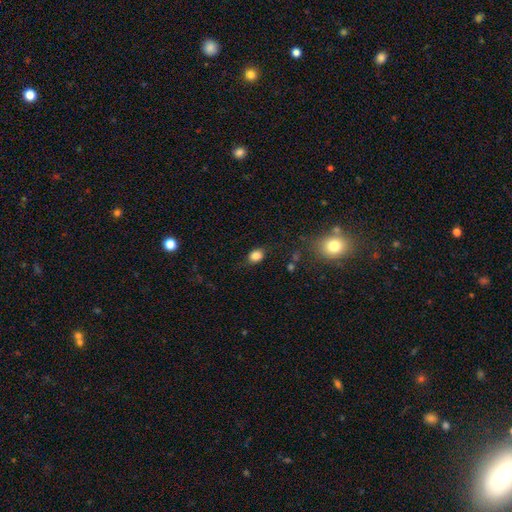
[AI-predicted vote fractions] Smooth or featured?
  - smooth: 84% *
  - star or artifact: 11%
  - featured or disk: 5%
How rounded?
  - in between: 60% *
  - round: 39%
  - cigar-shaped: 1%
Merging?
  - none: 78% *
  - minor disturbance: 16%
  - major disturbance: 5%
  - merger: 2%